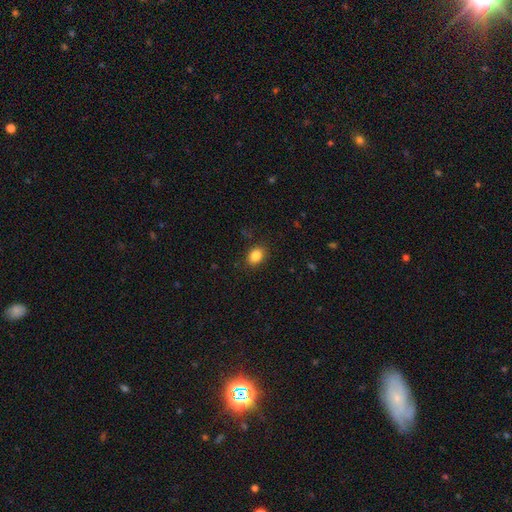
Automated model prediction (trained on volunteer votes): Overall: smooth (85%). How rounded: in between (65%; round 34%). Merging: none (86%).